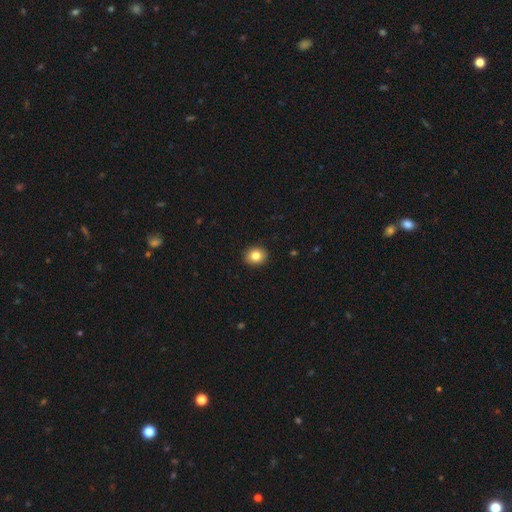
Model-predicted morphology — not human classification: Overall: smooth (83%). How rounded: round (65%; in between 34%). Merging: none (92%).